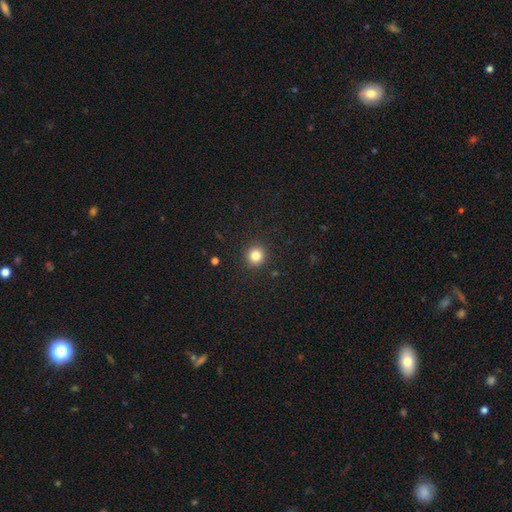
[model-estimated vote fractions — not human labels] Overall: smooth (83%). How rounded: round (93%). Merging: none (92%).